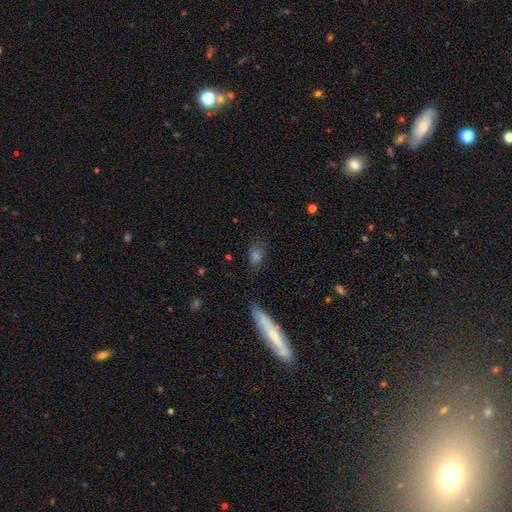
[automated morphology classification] Smooth or featured?
  - smooth: 68% *
  - featured or disk: 18%
  - star or artifact: 14%
How rounded?
  - in between: 55% *
  - round: 25%
  - cigar-shaped: 20%
Merging?
  - none: 76% *
  - minor disturbance: 16%
  - major disturbance: 5%
  - merger: 3%